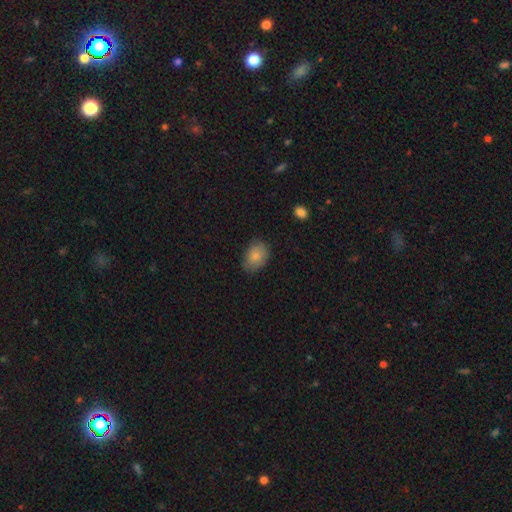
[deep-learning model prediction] This is clearly a smooth galaxy (83%). How rounded: likely in between (75%). Merging: likely none (75%).